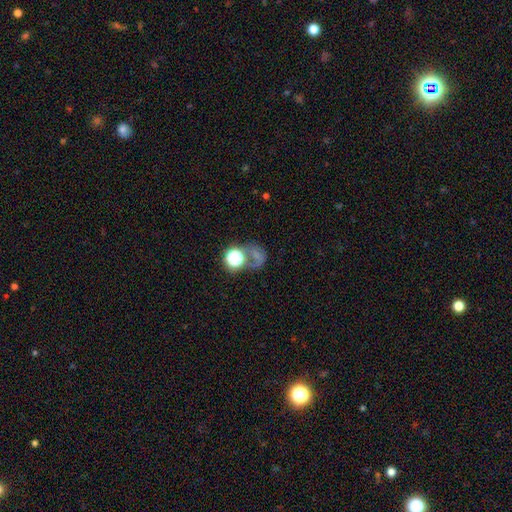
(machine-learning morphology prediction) type=smooth (40%); merging=none (38%).